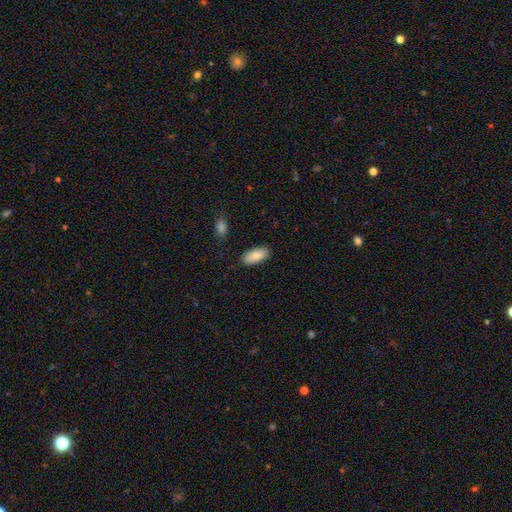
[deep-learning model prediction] Morphology: type=smooth (86%); roundness=in between (91%); merging=none (86%).